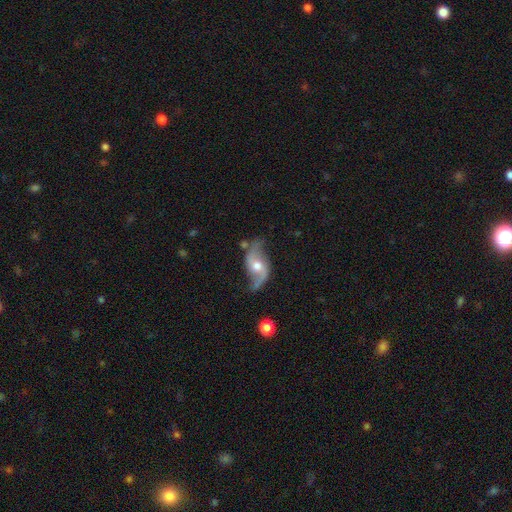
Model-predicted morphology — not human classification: A featured or disk galaxy (87%) with no bar (55%), 2 (92%) loose (78%) spiral arms (95%) and a moderate central bulge (70%). Merging: none (68%).